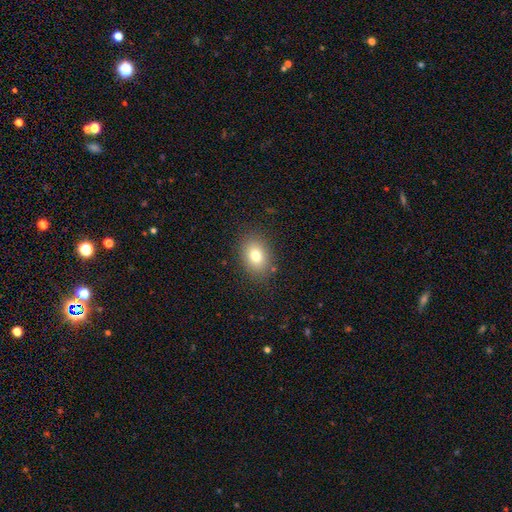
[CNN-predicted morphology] Q: Smooth or featured?
A: smooth (77%); runner-up: featured or disk (12%)
Q: How rounded?
A: in between (65%); runner-up: round (34%)
Q: Merging?
A: none (85%); runner-up: minor disturbance (10%)